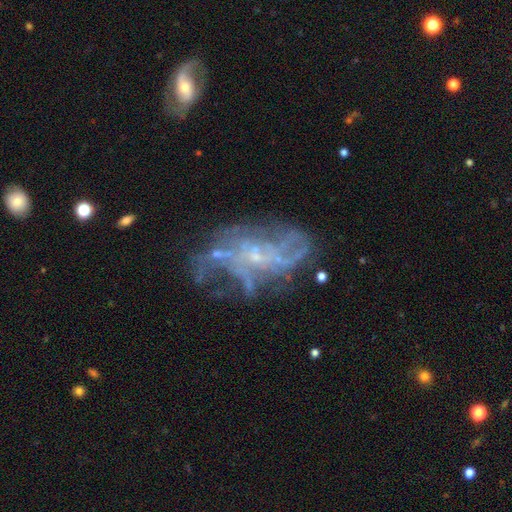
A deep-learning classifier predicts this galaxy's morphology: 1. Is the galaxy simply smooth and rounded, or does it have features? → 78% featured or disk, 12% star or artifact, 10% smooth.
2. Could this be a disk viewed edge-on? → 95% no, 5% yes.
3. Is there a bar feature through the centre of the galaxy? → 64% no, 29% weak, 7% strong.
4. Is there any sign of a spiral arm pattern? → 76% yes, 24% no.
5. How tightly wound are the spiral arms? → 39% loose, 36% medium, 25% tight.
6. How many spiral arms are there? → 43% can't tell, 15% 4, 14% 2, 13% 3, 9% more than 4, 6% 1.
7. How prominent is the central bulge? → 69% small, 15% none, 14% moderate, 1% large, 1% dominant.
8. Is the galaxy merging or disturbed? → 50% none, 24% major disturbance, 20% minor disturbance, 6% merger.